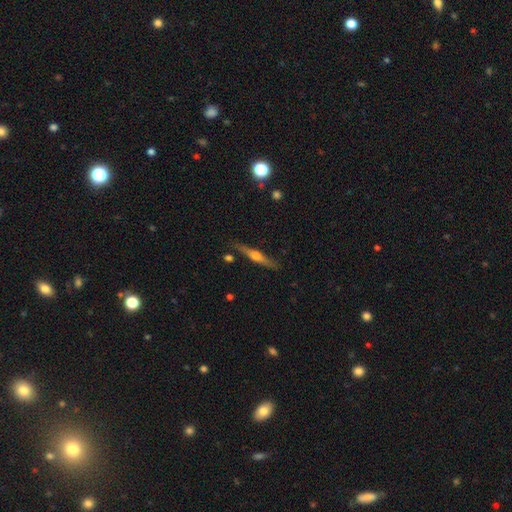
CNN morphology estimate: smooth_or_featured: featured or disk (p=0.70) [alt: smooth p=0.24]
disk_edge_on: yes (p=0.97) [alt: no p=0.03]
edge_on_bulge: rounded (p=0.89) [alt: boxy p=0.07]
merging: none (p=0.85) [alt: minor disturbance p=0.10]